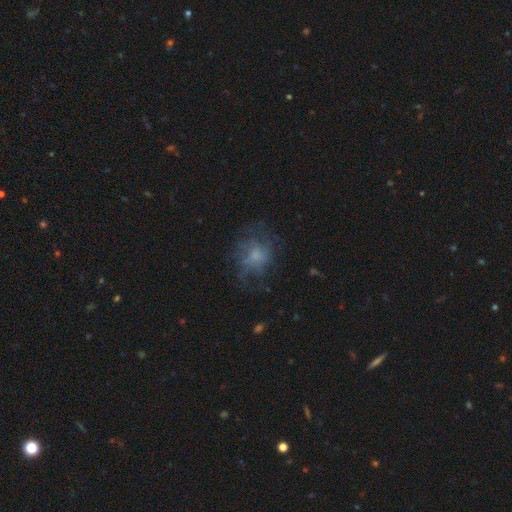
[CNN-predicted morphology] smooth-or-featured: featured or disk: 43% | smooth: 41% | star or artifact: 15%
  merging: none: 55% | major disturbance: 24% | minor disturbance: 20% | merger: 2%